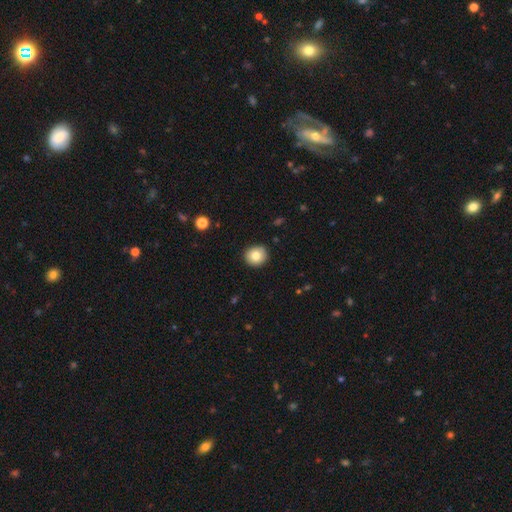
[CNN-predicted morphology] Smooth or featured: smooth — 81% (featured or disk — 9%)
How rounded: round — 87% (in between — 12%)
Merging: none — 90% (minor disturbance — 7%)